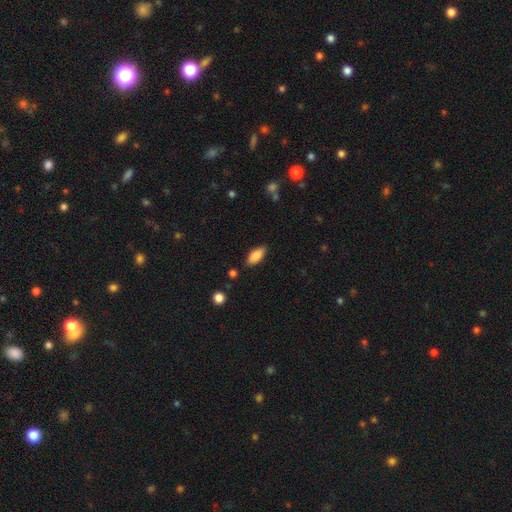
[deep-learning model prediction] Q: Smooth or featured?
A: smooth (86%); runner-up: featured or disk (7%)
Q: How rounded?
A: in between (86%); runner-up: cigar-shaped (12%)
Q: Merging?
A: none (84%); runner-up: minor disturbance (12%)